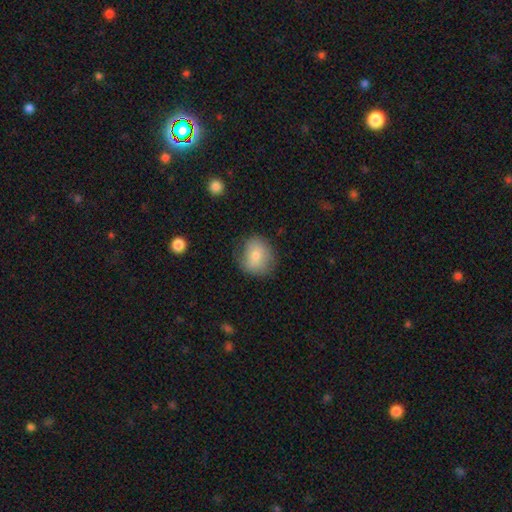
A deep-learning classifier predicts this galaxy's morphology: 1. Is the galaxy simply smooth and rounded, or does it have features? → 74% smooth, 18% featured or disk, 8% star or artifact.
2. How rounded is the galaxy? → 73% round, 26% in between, 1% cigar-shaped.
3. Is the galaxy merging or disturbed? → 74% none, 19% minor disturbance, 6% major disturbance, 1% merger.